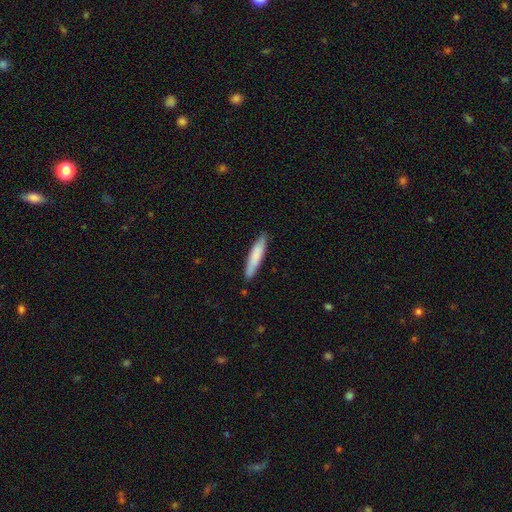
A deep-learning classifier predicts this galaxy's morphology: smooth-or-featured: smooth: 80% | featured or disk: 15% | star or artifact: 5%
  how-rounded: cigar-shaped: 87% | in between: 12% | round: 1%
  merging: none: 86% | minor disturbance: 11% | major disturbance: 2% | merger: 1%